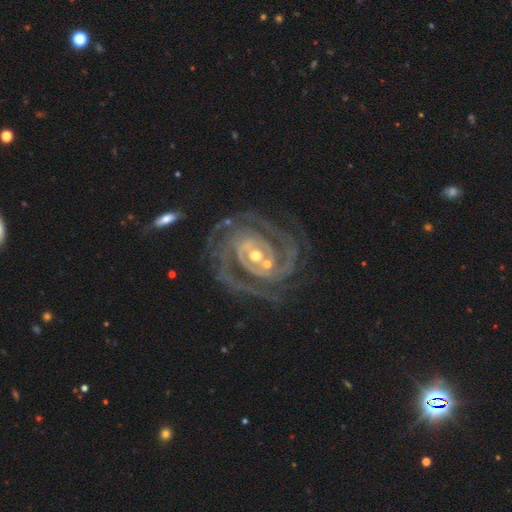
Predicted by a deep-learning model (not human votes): Morphology: type=featured or disk (92%); edge-on=no (97%); bar=no (53%); spiral arms=yes (98%); winding=tight (71%); arm count=2 (37%); bulge=moderate (53%); merging=none (67%).